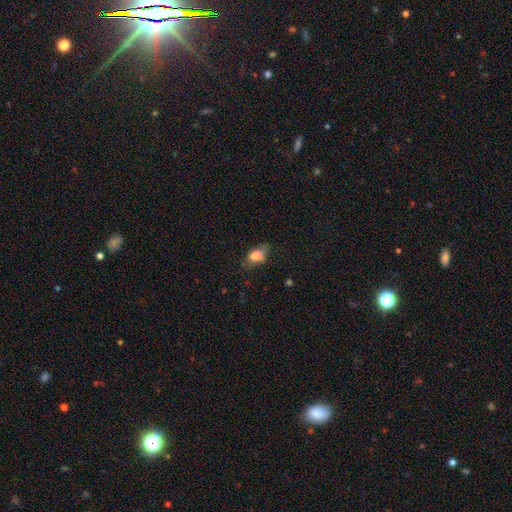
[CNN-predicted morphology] This is likely a smooth galaxy (76%). How rounded: clearly in between (80%). Merging: possibly none (55%).